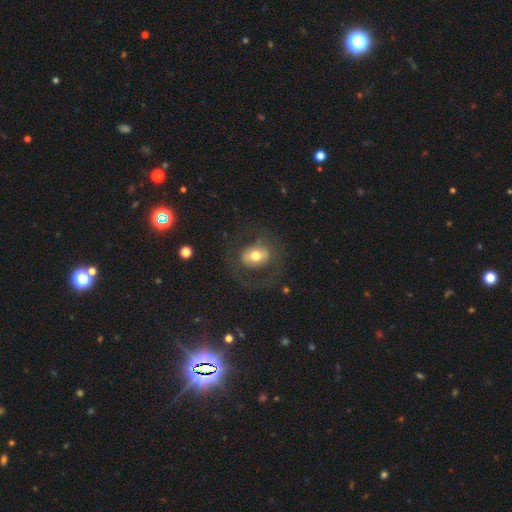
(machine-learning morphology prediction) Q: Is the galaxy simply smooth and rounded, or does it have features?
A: smooth — 50%.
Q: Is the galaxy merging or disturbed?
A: none — 66%.